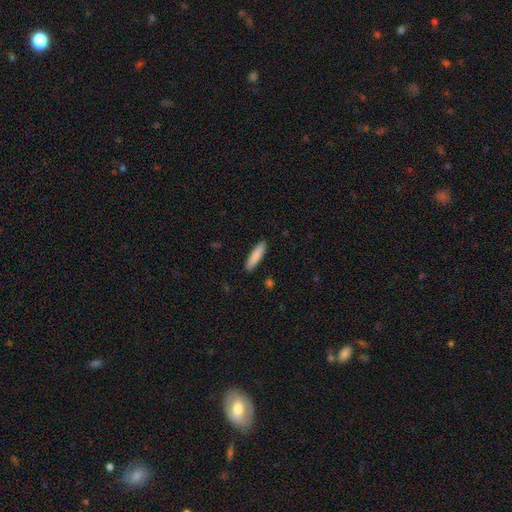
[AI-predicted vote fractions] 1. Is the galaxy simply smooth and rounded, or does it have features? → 85% smooth, 10% featured or disk, 5% star or artifact.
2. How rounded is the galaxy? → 80% cigar-shaped, 18% in between, 1% round.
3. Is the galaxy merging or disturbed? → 90% none, 7% minor disturbance, 2% major disturbance, 1% merger.